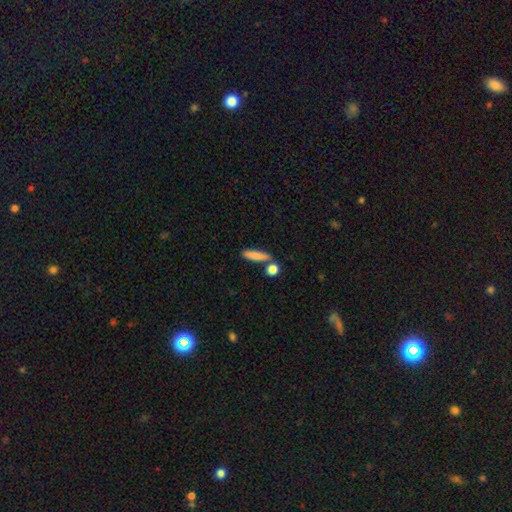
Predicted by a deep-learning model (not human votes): smooth 83%, featured or disk 10%, star or artifact 7%. Down the decision tree: how rounded — cigar-shaped (66%); merging — none (71%).